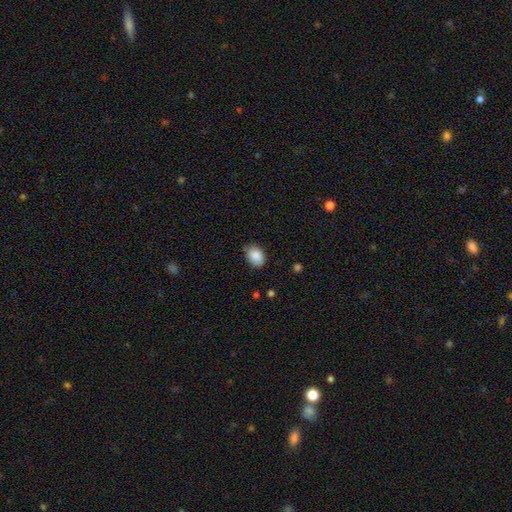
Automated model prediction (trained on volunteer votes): Q: Smooth or featured?
A: smooth (88%); runner-up: star or artifact (7%)
Q: How rounded?
A: in between (76%); runner-up: round (23%)
Q: Merging?
A: none (68%); runner-up: minor disturbance (26%)